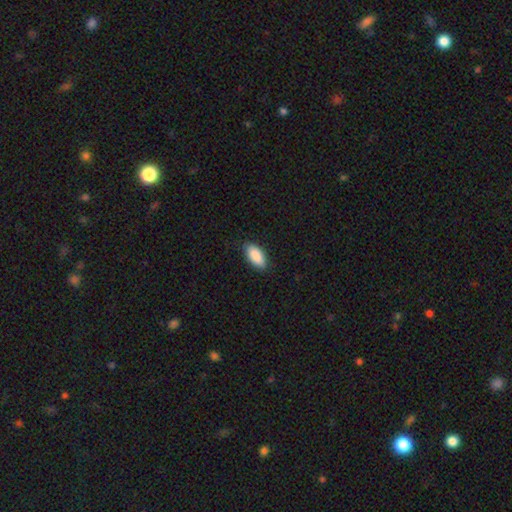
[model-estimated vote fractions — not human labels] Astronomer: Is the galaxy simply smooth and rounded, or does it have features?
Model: smooth — 89%.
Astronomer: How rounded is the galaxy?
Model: in between — 92%.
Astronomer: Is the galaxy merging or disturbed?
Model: none — 86%.